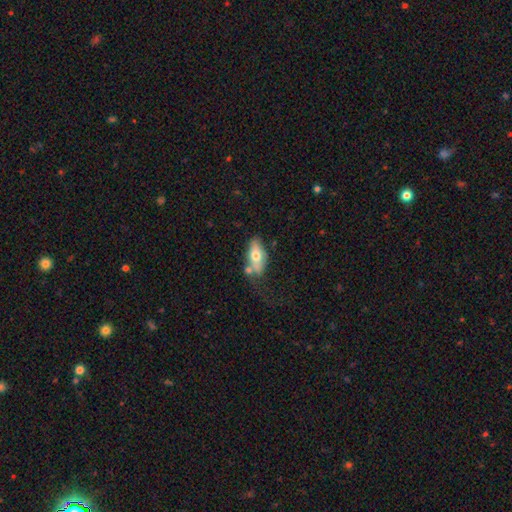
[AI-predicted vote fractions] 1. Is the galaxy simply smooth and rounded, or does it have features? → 63% smooth, 30% featured or disk, 7% star or artifact.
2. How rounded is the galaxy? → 87% in between, 9% cigar-shaped, 4% round.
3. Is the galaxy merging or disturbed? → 48% none, 22% minor disturbance, 20% merger, 10% major disturbance.